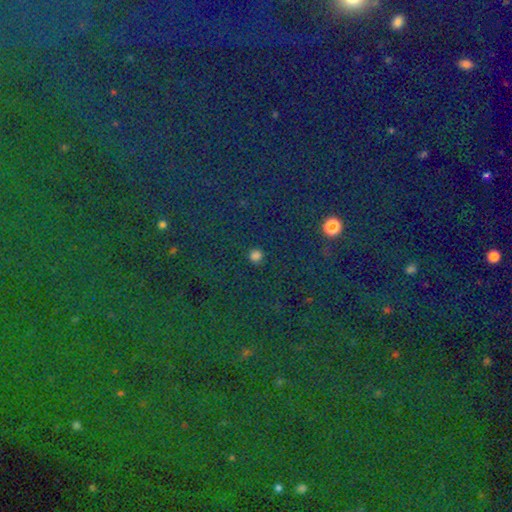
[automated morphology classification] A smooth galaxy with no disk features (69%) that is round (91%).

Vote fractions:
- Smooth or featured? smooth: 69% / star or artifact: 26% / featured or disk: 5%
- How rounded? round: 91% / in between: 8% / cigar-shaped: 1%
- Merging? none: 88% / minor disturbance: 7% / major disturbance: 3% / merger: 2%